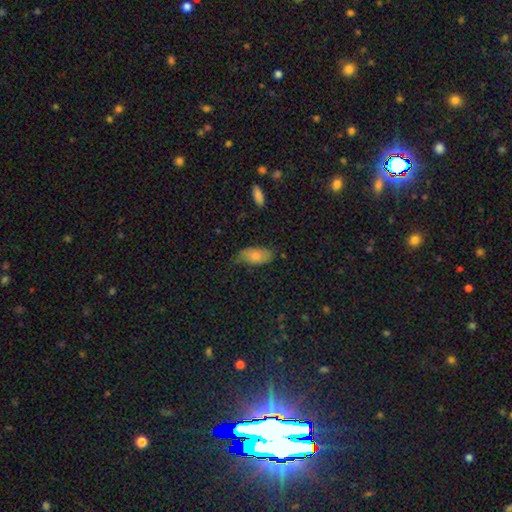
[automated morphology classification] This appears to be a smooth galaxy with no disk features (62%) that is in between round and cigar-shaped (87%). Merging: none (63%).